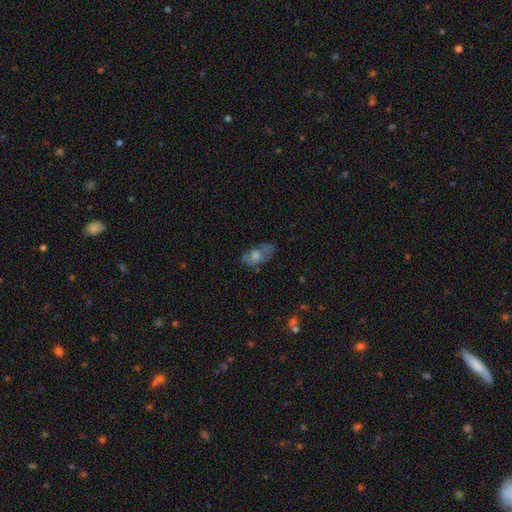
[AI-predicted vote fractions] This is possibly a smooth galaxy (49%). Merging: likely none (62%).